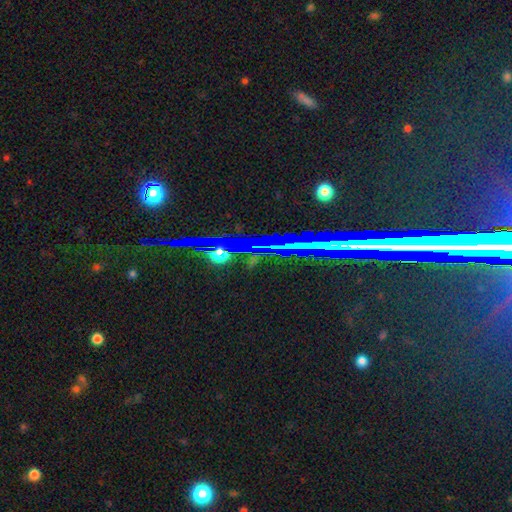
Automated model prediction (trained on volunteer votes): smooth-or-featured: star or artifact: 71% | featured or disk: 17% | smooth: 12%